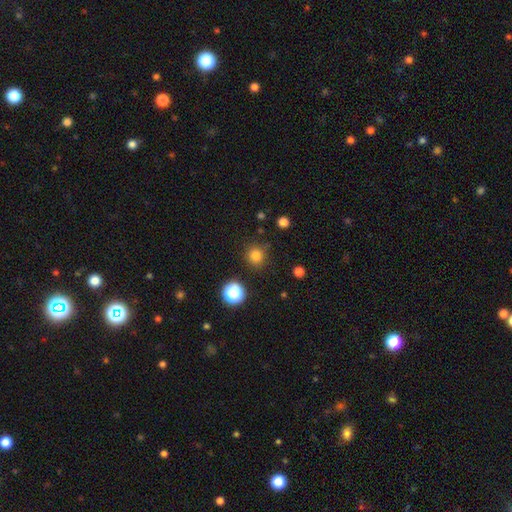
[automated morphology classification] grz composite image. It shows a smooth galaxy with no disk features (80%) that is round (92%). Merging: none (85%).